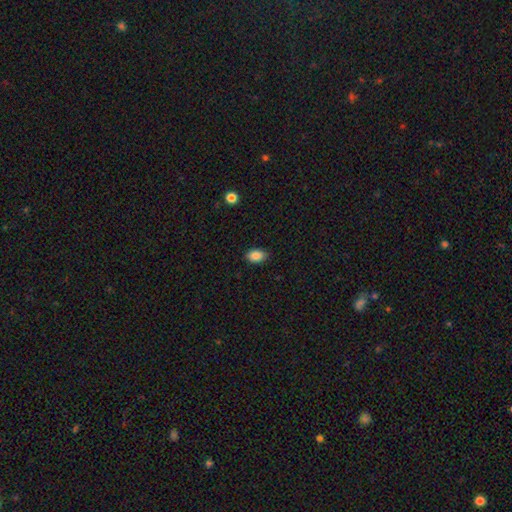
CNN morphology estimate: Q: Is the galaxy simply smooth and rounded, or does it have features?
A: smooth — 87%.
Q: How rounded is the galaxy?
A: in between — 87%.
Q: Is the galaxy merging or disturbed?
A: none — 87%.